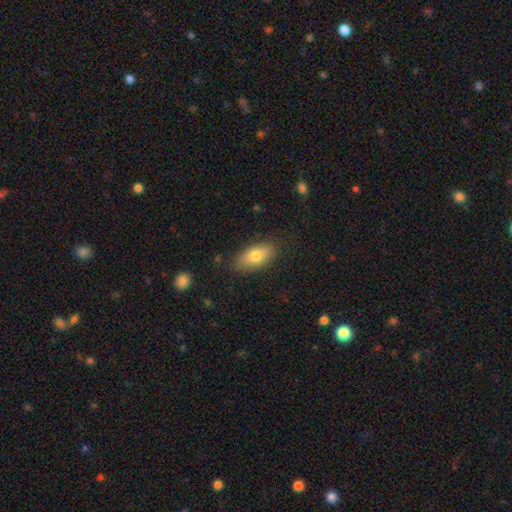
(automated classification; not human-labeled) Morphology: type=smooth (75%); roundness=in between (85%); merging=none (84%).